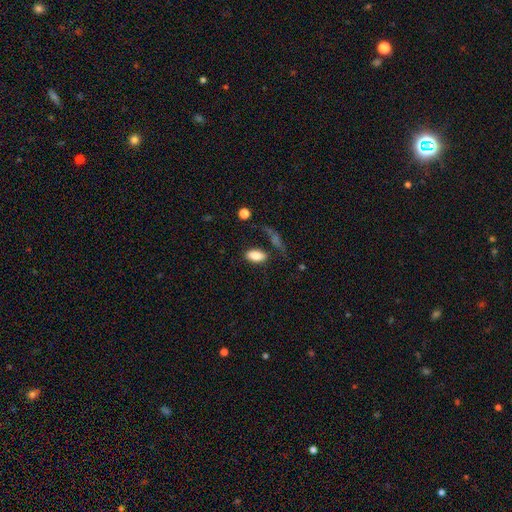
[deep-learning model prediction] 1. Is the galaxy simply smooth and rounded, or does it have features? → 84% smooth, 8% featured or disk, 8% star or artifact.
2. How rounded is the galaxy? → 93% in between, 4% round, 3% cigar-shaped.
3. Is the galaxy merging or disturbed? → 70% none, 15% minor disturbance, 8% major disturbance, 7% merger.